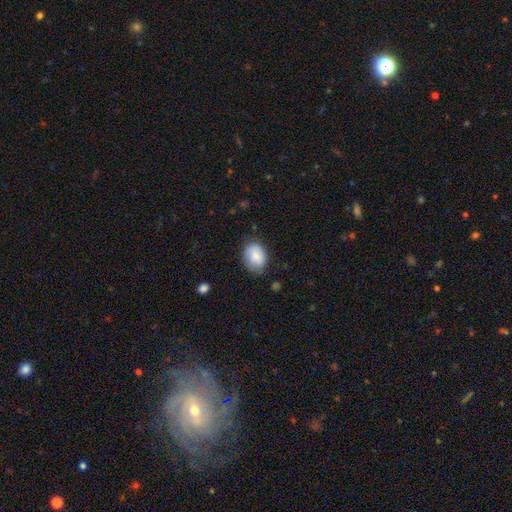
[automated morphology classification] This appears to be a smooth galaxy with no disk features (82%) that is in between round and cigar-shaped (71%). Merging: none (72%).